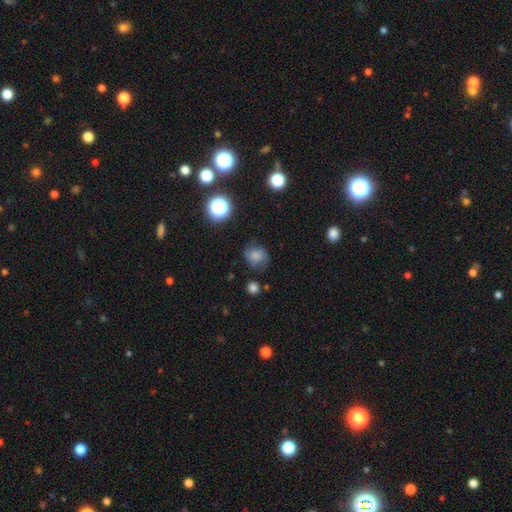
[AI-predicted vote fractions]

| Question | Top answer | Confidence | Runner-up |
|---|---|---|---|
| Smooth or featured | smooth | 64% | featured or disk (22%) |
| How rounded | round | 71% | in between (28%) |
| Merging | none | 64% | minor disturbance (23%) |